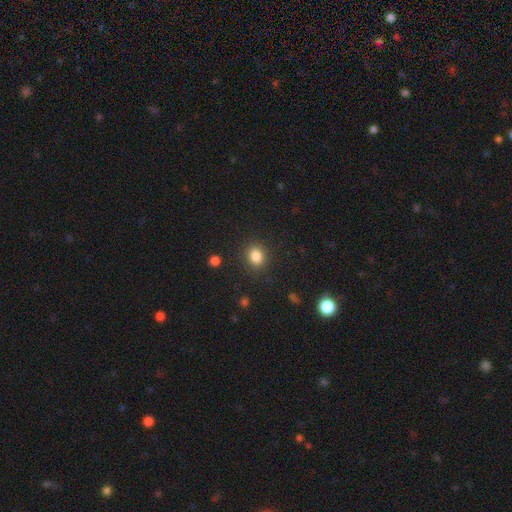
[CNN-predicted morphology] type=smooth (84%); roundness=round (58%); merging=none (86%).